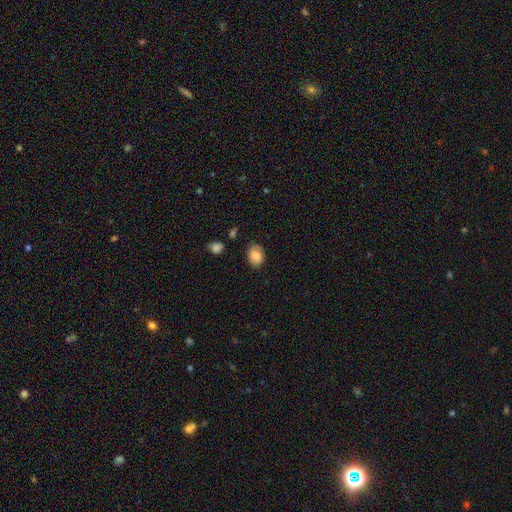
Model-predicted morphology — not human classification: Q: Smooth or featured?
A: smooth (78%); runner-up: featured or disk (14%)
Q: How rounded?
A: in between (75%); runner-up: round (24%)
Q: Merging?
A: none (77%); runner-up: minor disturbance (17%)